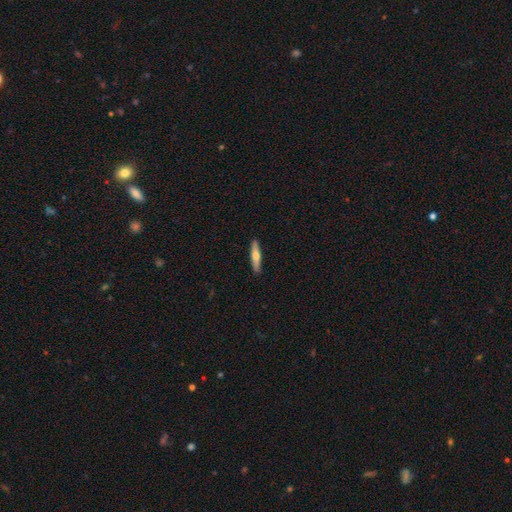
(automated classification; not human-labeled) Q: Smooth or featured?
A: smooth (57%); runner-up: featured or disk (37%)
Q: How rounded?
A: cigar-shaped (83%); runner-up: in between (15%)
Q: Merging?
A: none (90%); runner-up: minor disturbance (7%)